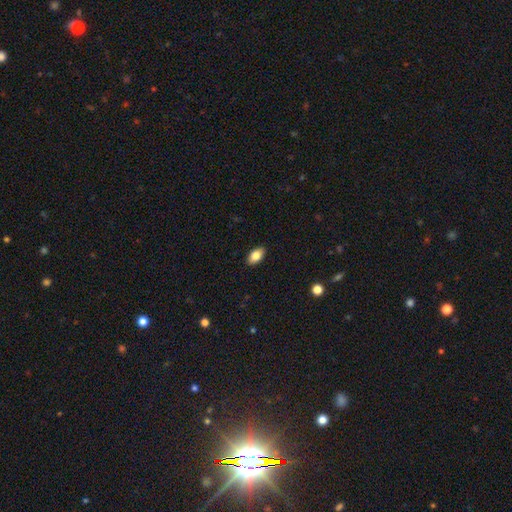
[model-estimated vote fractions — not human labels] smooth-or-featured: smooth: 83% | featured or disk: 9% | star or artifact: 8%
  how-rounded: in between: 92% | round: 5% | cigar-shaped: 3%
  merging: none: 89% | minor disturbance: 8% | major disturbance: 2% | merger: 1%